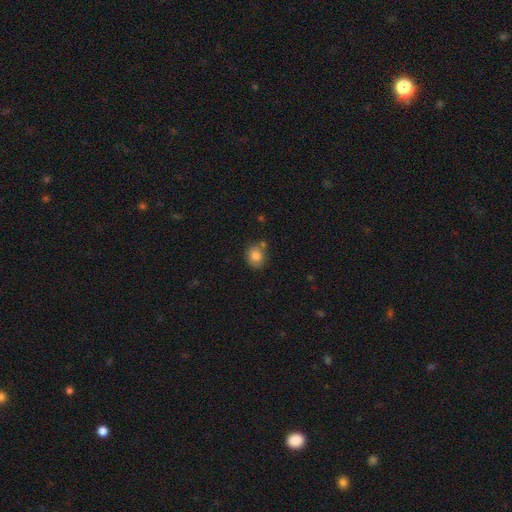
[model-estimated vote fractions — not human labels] smooth 83%, star or artifact 9%, featured or disk 8%. Down the decision tree: how rounded — round (67%); merging — none (70%).